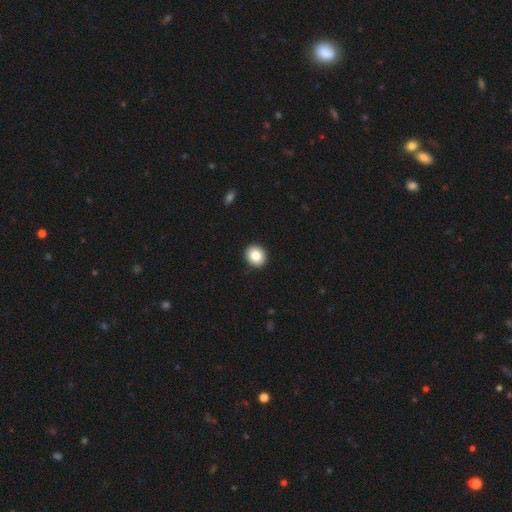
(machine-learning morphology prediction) smooth 83%, star or artifact 9%, featured or disk 8%. Down the decision tree: how rounded — round (72%); merging — none (92%).